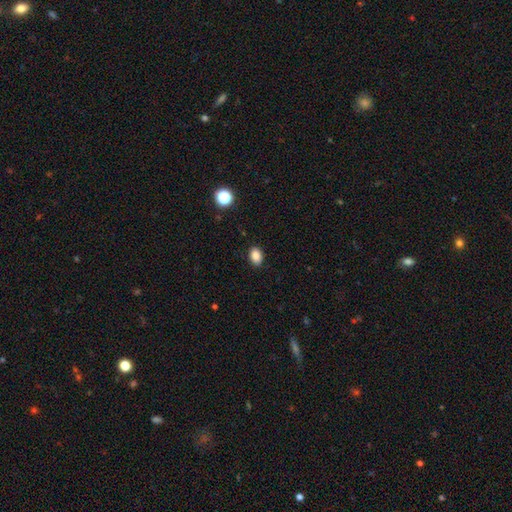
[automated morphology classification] A smooth galaxy with no disk features (86%) that is in between round and cigar-shaped (79%).

Vote fractions:
- Smooth or featured? smooth: 86% / star or artifact: 10% / featured or disk: 4%
- How rounded? in between: 79% / round: 20% / cigar-shaped: 1%
- Merging? none: 88% / minor disturbance: 9% / major disturbance: 2% / merger: 1%